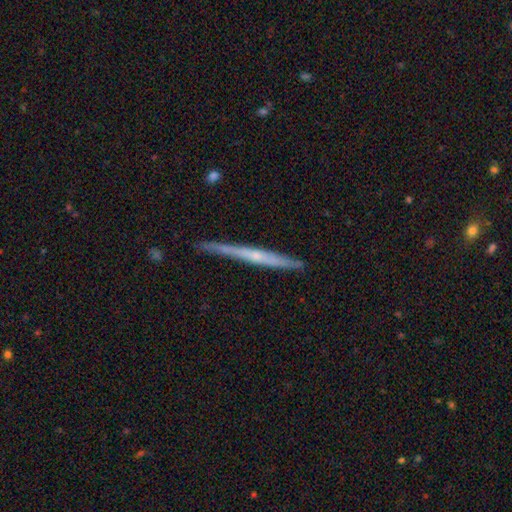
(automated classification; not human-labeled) smooth-or-featured: featured or disk: 64% | smooth: 30% | star or artifact: 6%
  disk-edge-on: yes: 97% | no: 3%
    edge-on-bulge: none: 58% | rounded: 35% | boxy: 7%
  merging: none: 86% | minor disturbance: 11% | major disturbance: 2% | merger: 1%